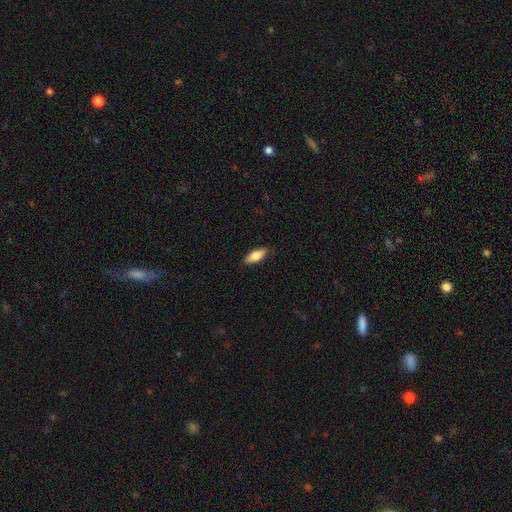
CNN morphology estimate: The model was most divided on "how rounded": in between: 74%, cigar-shaped: 23%, round: 2%. More confident: merging — none (87%); smooth or featured — smooth (75%).